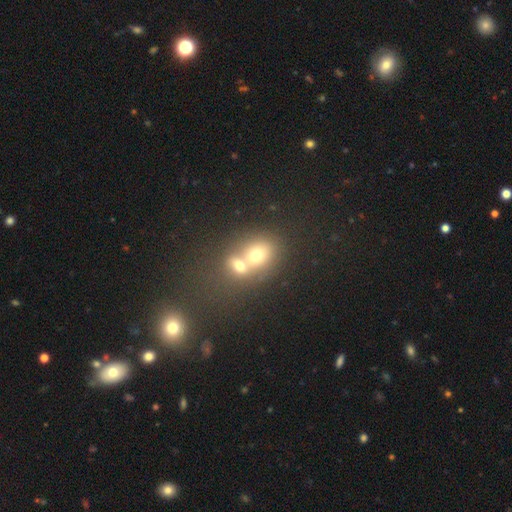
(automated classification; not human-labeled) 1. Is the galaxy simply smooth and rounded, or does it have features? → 59% smooth, 23% star or artifact, 18% featured or disk.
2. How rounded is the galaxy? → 60% round, 39% in between, 1% cigar-shaped.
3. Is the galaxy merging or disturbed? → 61% merger, 29% none, 6% minor disturbance, 4% major disturbance.